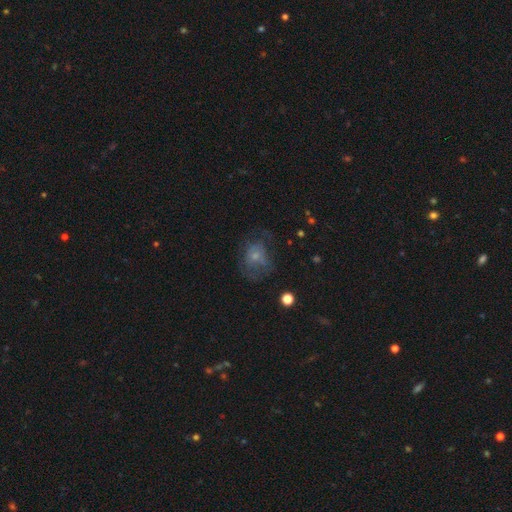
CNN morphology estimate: A smooth galaxy with no disk features (50%) that is round (52%).

Vote fractions:
- Smooth or featured? smooth: 50% / featured or disk: 36% / star or artifact: 13%
- How rounded? round: 52% / in between: 47% / cigar-shaped: 1%
- Merging? none: 40% / major disturbance: 35% / minor disturbance: 23% / merger: 2%